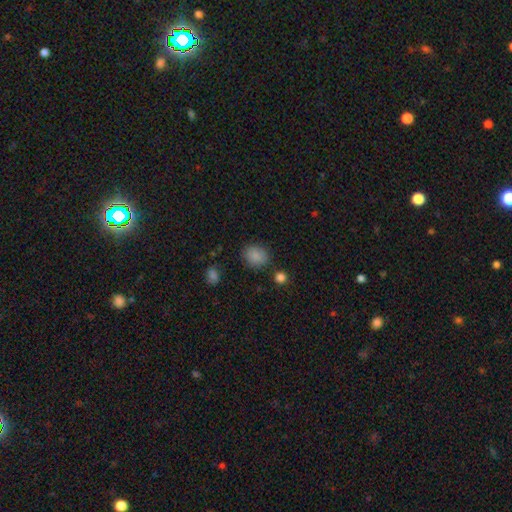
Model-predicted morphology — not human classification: This is clearly a smooth galaxy (86%). How rounded: possibly round (55%). Merging: clearly none (81%).